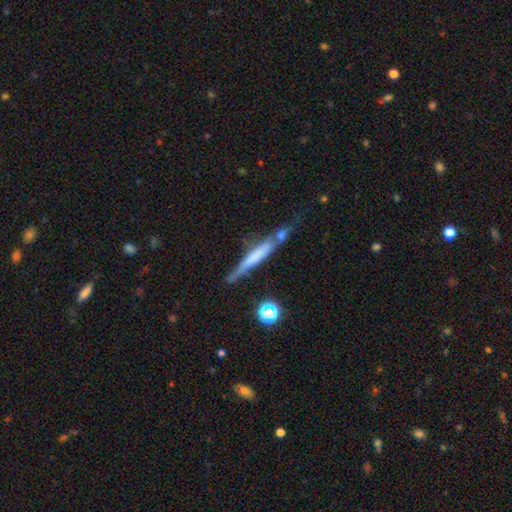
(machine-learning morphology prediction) Overall: featured or disk (46%; smooth 45%). Merging: none (48%; minor disturbance 22%).